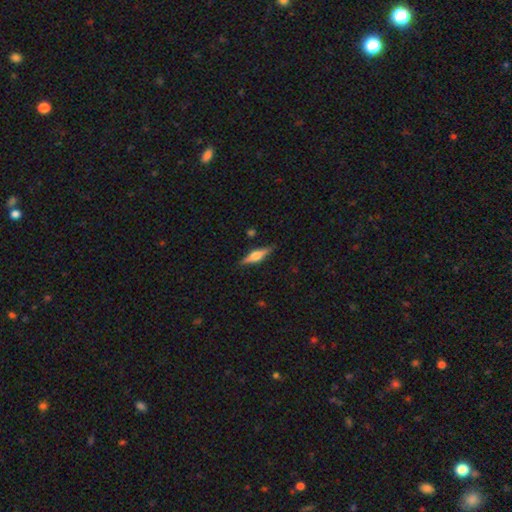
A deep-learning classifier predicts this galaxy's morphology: The model was most divided on "smooth or featured": featured or disk: 65%, smooth: 29%, star or artifact: 7%. More confident: edge-on disk — yes (97%); edge-on bulge — rounded (89%); merging — none (88%).